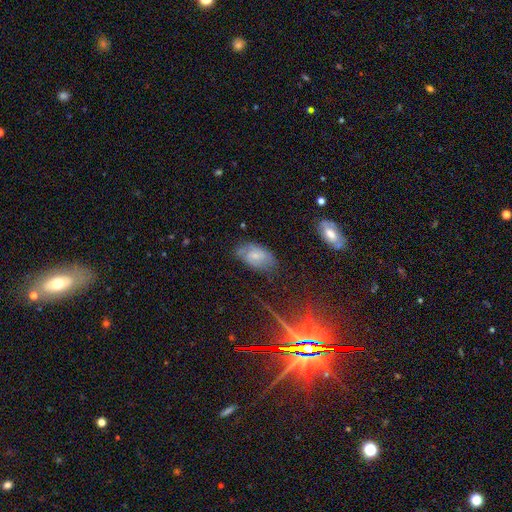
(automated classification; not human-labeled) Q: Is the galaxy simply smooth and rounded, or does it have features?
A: featured or disk — 52%.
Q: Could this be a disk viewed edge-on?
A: no — 94%.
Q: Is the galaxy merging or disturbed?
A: none — 62%.